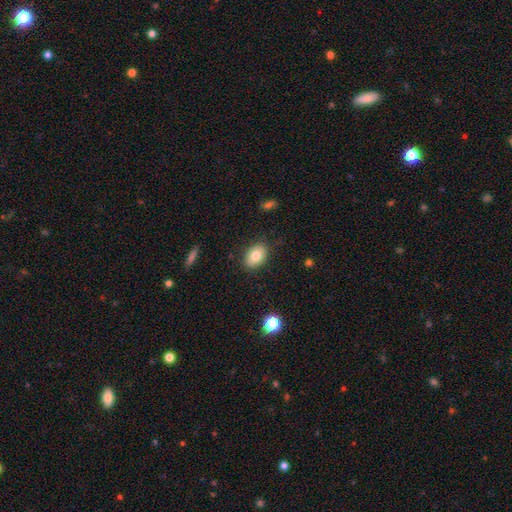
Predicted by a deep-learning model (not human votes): This appears to be a smooth galaxy with no disk features (80%) that is in between round and cigar-shaped (82%). Merging: none (85%).